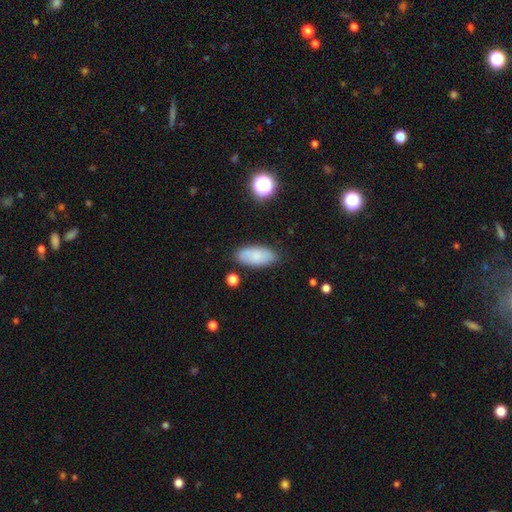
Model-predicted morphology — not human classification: The model was most divided on "merging": none: 82%, minor disturbance: 13%, major disturbance: 3%, merger: 2%. More confident: how rounded — in between (88%); smooth or featured — smooth (81%).